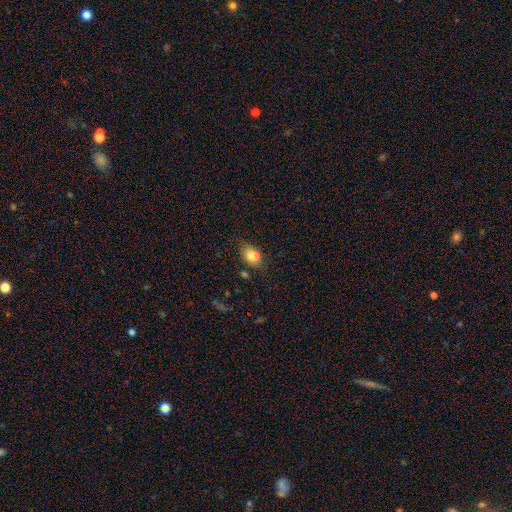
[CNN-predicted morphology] A smooth galaxy with no disk features (81%) that is in between round and cigar-shaped (72%).

Vote fractions:
- Smooth or featured? smooth: 81% / star or artifact: 11% / featured or disk: 8%
- How rounded? in between: 72% / round: 26% / cigar-shaped: 2%
- Merging? none: 63% / minor disturbance: 24% / merger: 7% / major disturbance: 6%